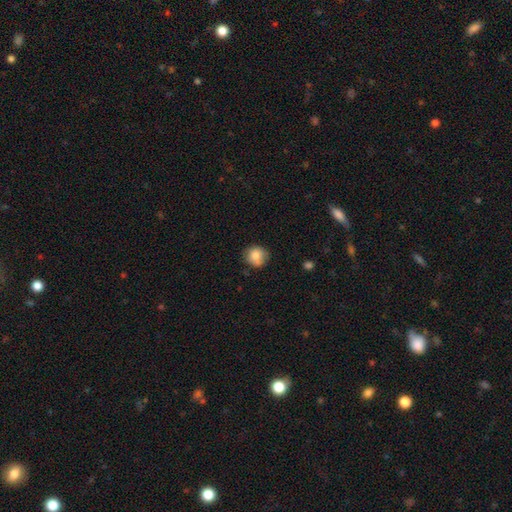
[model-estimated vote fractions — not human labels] smooth-or-featured: smooth: 81% | featured or disk: 10% | star or artifact: 9%
  how-rounded: round: 86% | in between: 13% | cigar-shaped: 1%
  merging: none: 73% | minor disturbance: 21% | major disturbance: 4% | merger: 2%